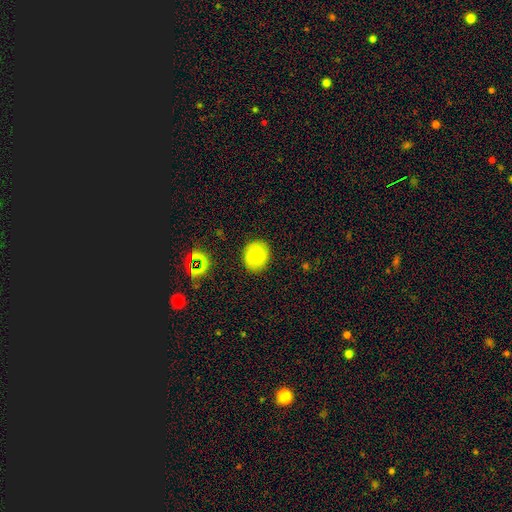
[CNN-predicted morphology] The model was most divided on "how rounded": round: 66%, in between: 33%, cigar-shaped: 1%. More confident: merging — none (86%); smooth or featured — smooth (80%).